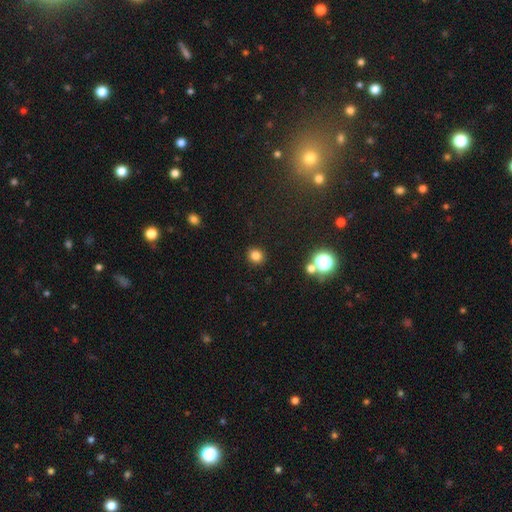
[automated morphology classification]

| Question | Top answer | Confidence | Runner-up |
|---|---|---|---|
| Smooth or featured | smooth | 80% | star or artifact (15%) |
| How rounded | round | 82% | in between (18%) |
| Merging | none | 89% | minor disturbance (7%) |